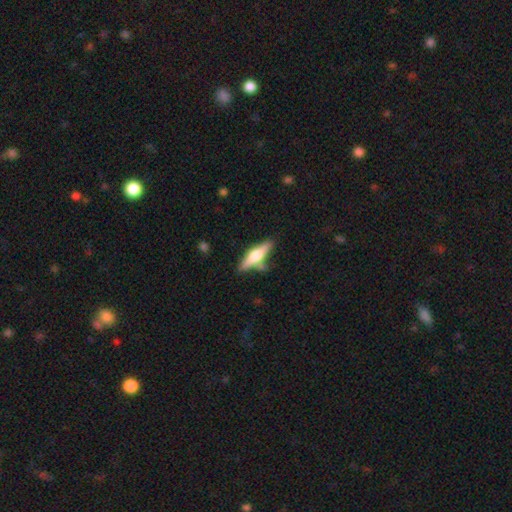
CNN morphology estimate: smooth_or_featured: featured or disk (p=0.53) [alt: smooth p=0.41]
disk_edge_on: yes (p=0.92) [alt: no p=0.08]
merging: none (p=0.67) [alt: minor disturbance p=0.18]